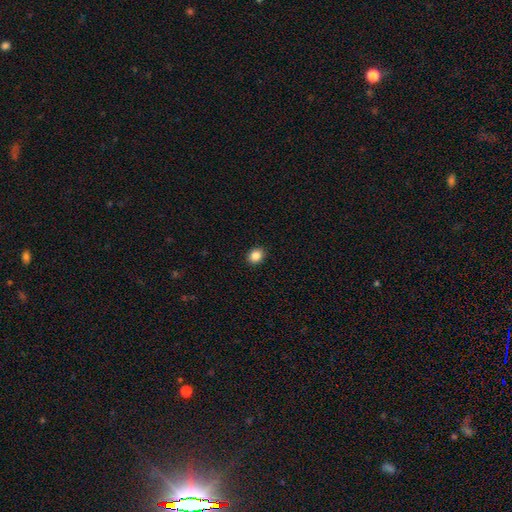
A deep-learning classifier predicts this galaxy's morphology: This appears to be a smooth galaxy with no disk features (86%) that is round (54%). Merging: none (91%).